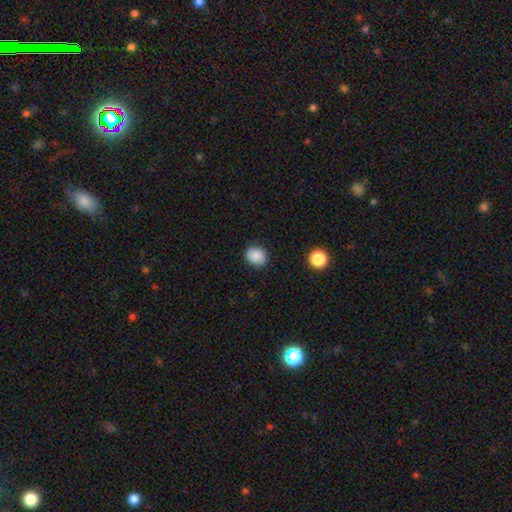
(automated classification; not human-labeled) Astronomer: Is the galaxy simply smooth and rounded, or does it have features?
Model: smooth — 87%.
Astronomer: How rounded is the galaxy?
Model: round — 72%.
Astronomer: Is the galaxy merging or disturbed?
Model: none — 88%.